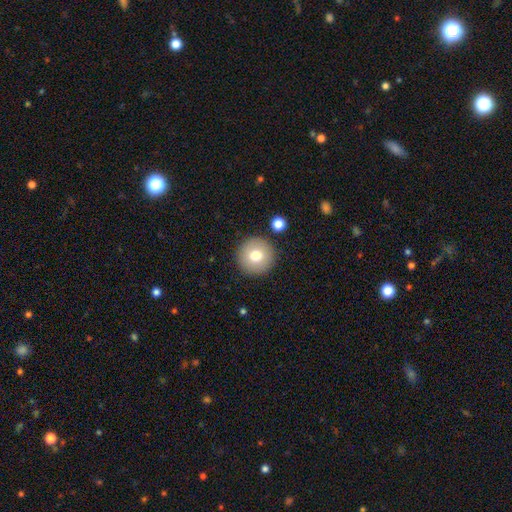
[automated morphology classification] Smooth or featured?
  - smooth: 76% *
  - featured or disk: 15%
  - star or artifact: 10%
How rounded?
  - round: 96% *
  - in between: 3%
  - cigar-shaped: 1%
Merging?
  - none: 89% *
  - minor disturbance: 6%
  - merger: 3%
  - major disturbance: 2%